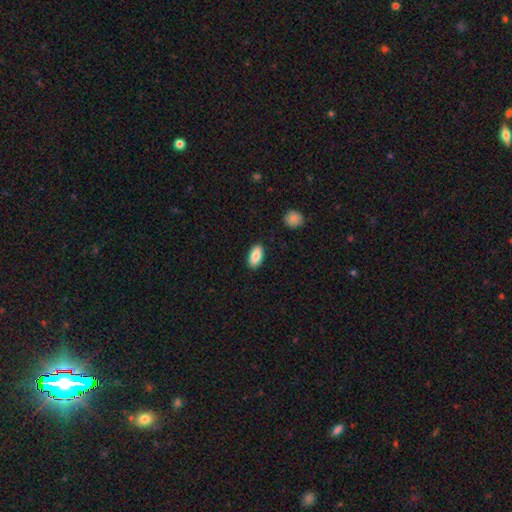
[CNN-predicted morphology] The model was most divided on "merging": none: 88%, minor disturbance: 8%, major disturbance: 2%, merger: 1%. More confident: how rounded — in between (91%); smooth or featured — smooth (88%).